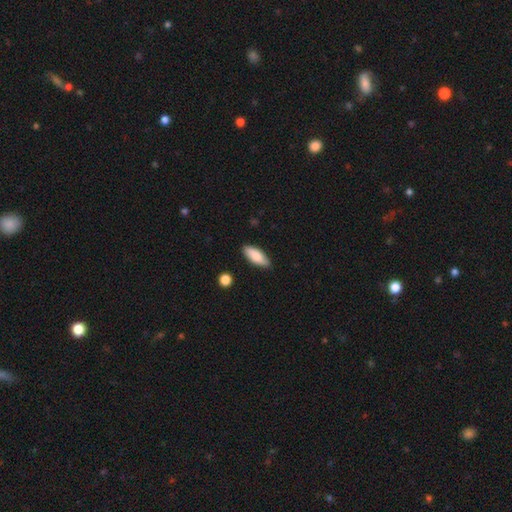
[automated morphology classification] Smooth or featured: smooth — 83% (featured or disk — 11%)
How rounded: in between — 76% (cigar-shaped — 22%)
Merging: none — 86% (minor disturbance — 11%)